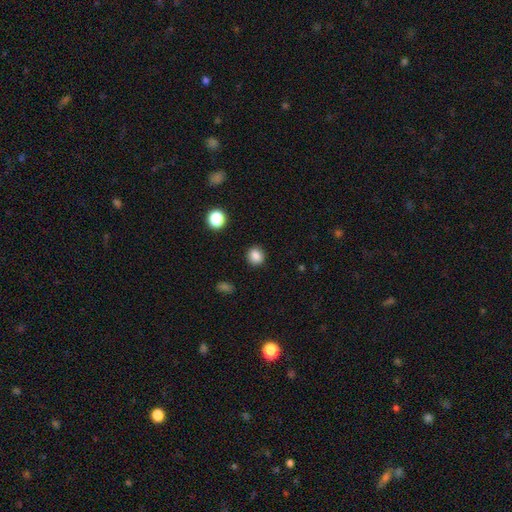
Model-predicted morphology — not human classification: Overall: smooth (85%). How rounded: round (79%). Merging: none (90%).